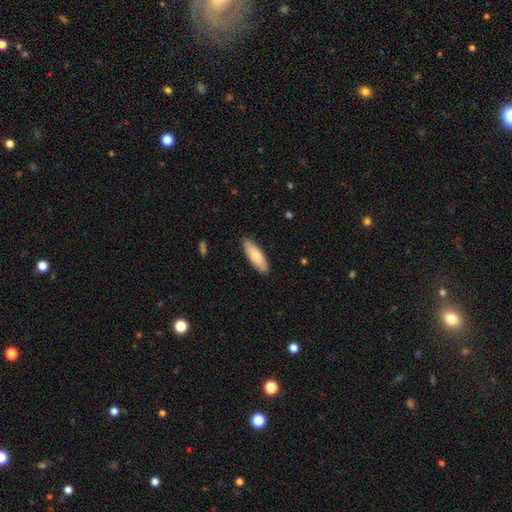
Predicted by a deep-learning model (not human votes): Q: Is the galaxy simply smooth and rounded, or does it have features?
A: smooth — 80%.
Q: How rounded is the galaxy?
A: in between — 60%.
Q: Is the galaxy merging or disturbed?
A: none — 87%.